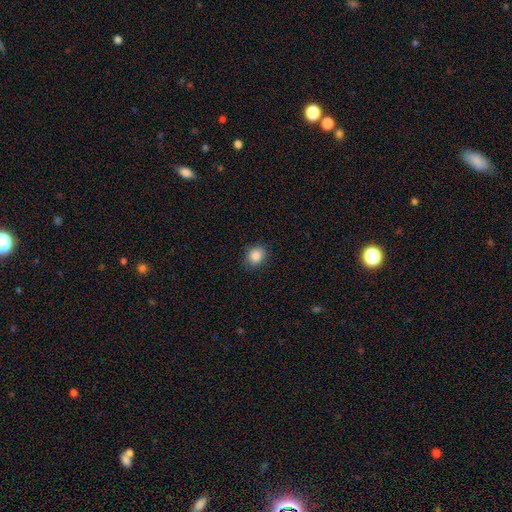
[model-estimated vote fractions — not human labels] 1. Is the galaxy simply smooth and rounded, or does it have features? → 86% smooth, 10% star or artifact, 5% featured or disk.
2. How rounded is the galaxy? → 63% round, 36% in between, 1% cigar-shaped.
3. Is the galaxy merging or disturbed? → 87% none, 10% minor disturbance, 2% major disturbance, 1% merger.